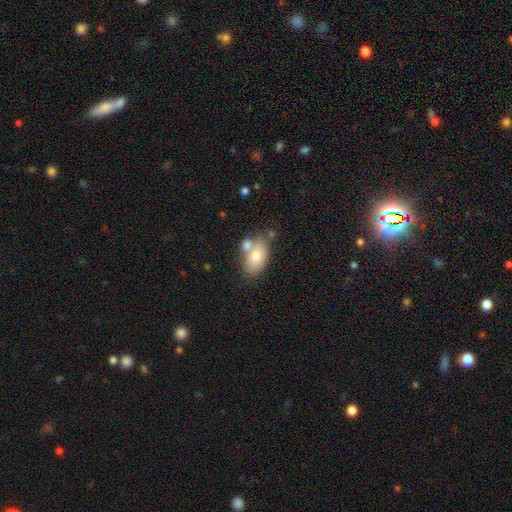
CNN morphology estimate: Smooth or featured? Predicted: smooth (p=0.74). How rounded? Predicted: in between (p=0.90). Merging? Predicted: none (p=0.48).